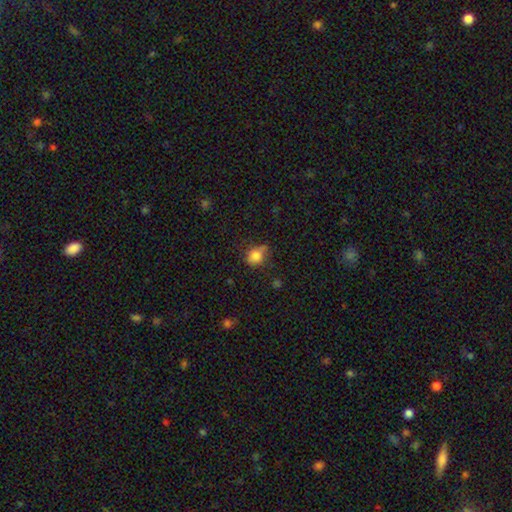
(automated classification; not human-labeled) A smooth galaxy with no disk features (79%) that is round (56%). Merging: none (52%).